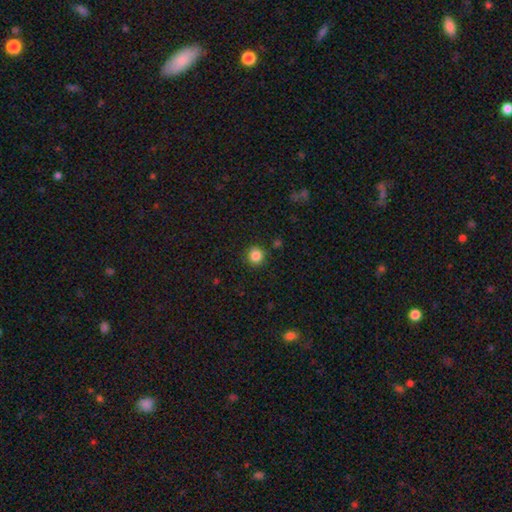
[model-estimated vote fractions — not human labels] A smooth galaxy with no disk features (85%) that is round (93%).

Vote fractions:
- Smooth or featured? smooth: 85% / star or artifact: 11% / featured or disk: 4%
- How rounded? round: 93% / in between: 6% / cigar-shaped: 1%
- Merging? none: 90% / minor disturbance: 6% / major disturbance: 2% / merger: 2%